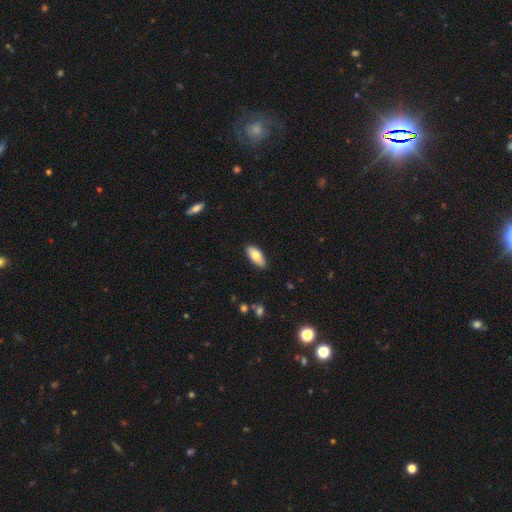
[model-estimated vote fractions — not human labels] Smooth or featured?
  - smooth: 77% *
  - featured or disk: 17%
  - star or artifact: 6%
How rounded?
  - in between: 85% *
  - cigar-shaped: 13%
  - round: 2%
Merging?
  - none: 87% *
  - minor disturbance: 10%
  - major disturbance: 2%
  - merger: 1%